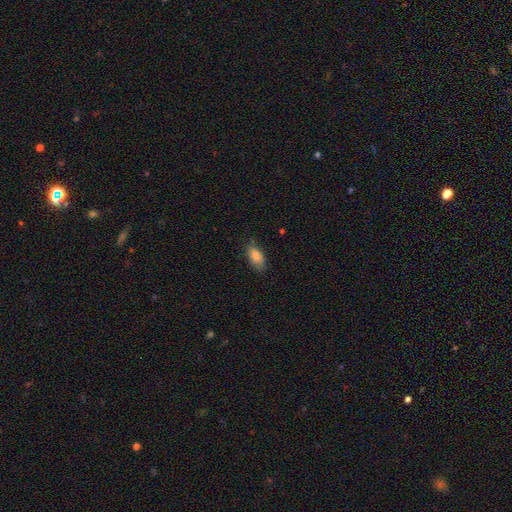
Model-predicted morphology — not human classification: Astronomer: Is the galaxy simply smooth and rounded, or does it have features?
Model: smooth — 86%.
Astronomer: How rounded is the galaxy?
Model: in between — 87%.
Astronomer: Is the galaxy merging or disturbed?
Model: none — 75%.